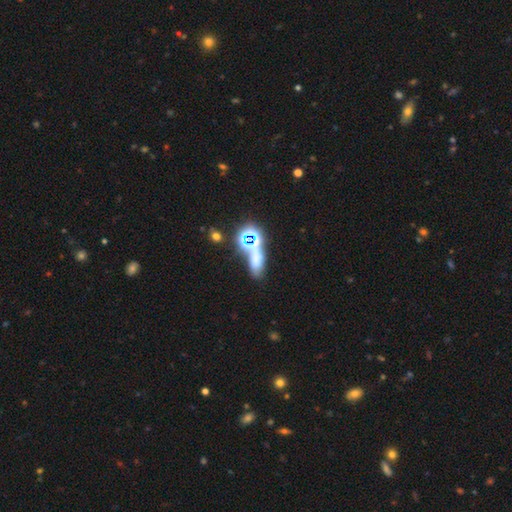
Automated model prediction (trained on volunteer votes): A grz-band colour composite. It shows a smooth galaxy with no disk features (50%) that is in between round and cigar-shaped (55%). Merging: none (46%).